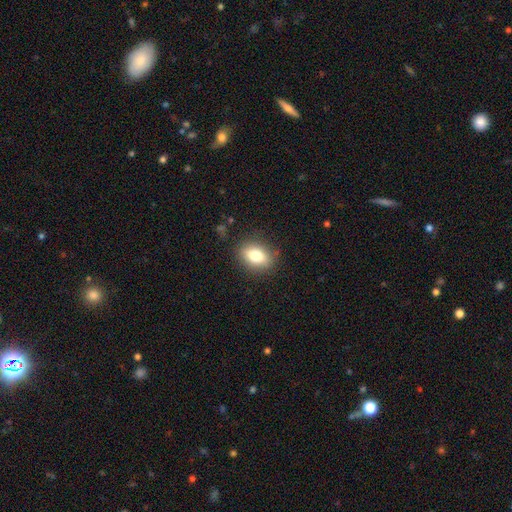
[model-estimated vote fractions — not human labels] A smooth galaxy with no disk features (79%) that is in between round and cigar-shaped (73%).

Vote fractions:
- Smooth or featured? smooth: 79% / featured or disk: 12% / star or artifact: 9%
- How rounded? in between: 73% / round: 25% / cigar-shaped: 2%
- Merging? none: 84% / minor disturbance: 11% / major disturbance: 3% / merger: 1%